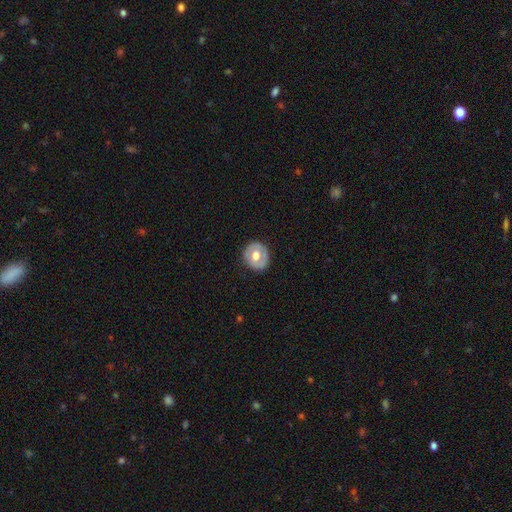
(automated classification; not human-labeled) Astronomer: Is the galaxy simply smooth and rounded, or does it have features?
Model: smooth — 50% (runner-up: featured or disk, 44%).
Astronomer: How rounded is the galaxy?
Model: round — 82%.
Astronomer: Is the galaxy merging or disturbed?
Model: none — 84%.